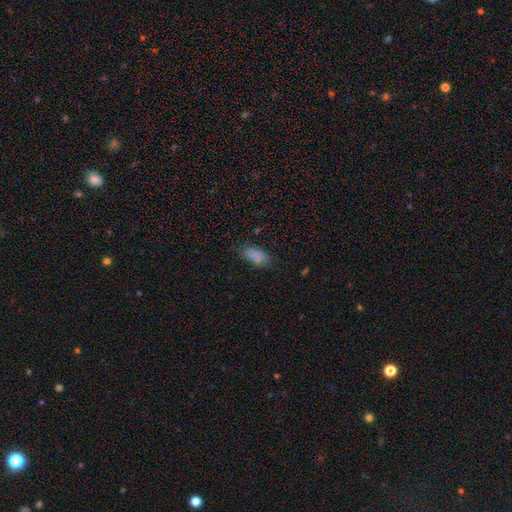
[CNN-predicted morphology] A smooth galaxy with no disk features (84%) that is in between round and cigar-shaped (88%). Merging: none (68%).